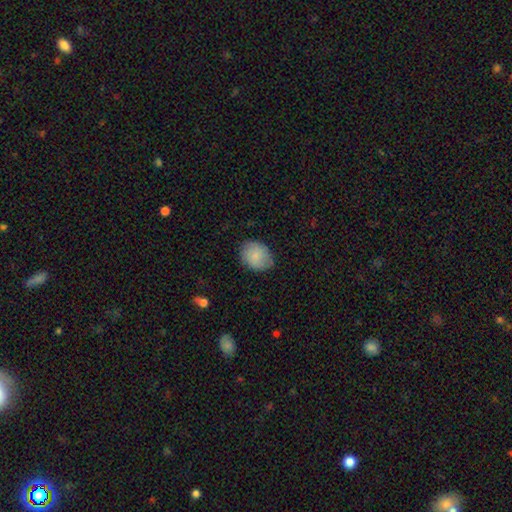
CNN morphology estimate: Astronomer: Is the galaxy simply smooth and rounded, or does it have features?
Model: smooth — 82%.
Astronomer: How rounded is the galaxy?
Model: round — 50%, tied with in between at 50%.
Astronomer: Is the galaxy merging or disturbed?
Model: none — 79%.